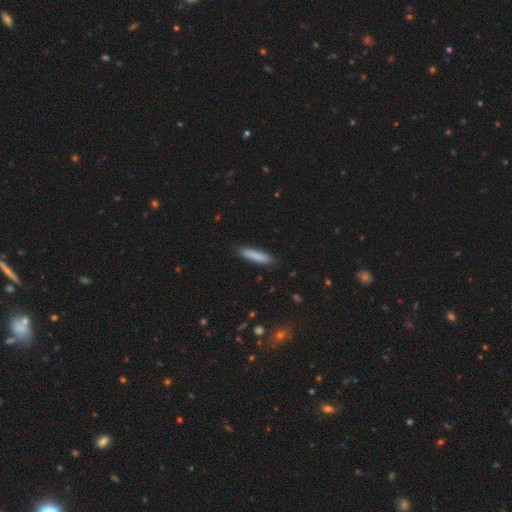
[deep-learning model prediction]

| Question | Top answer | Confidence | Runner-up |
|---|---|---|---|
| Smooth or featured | smooth | 85% | featured or disk (9%) |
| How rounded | cigar-shaped | 82% | in between (16%) |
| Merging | none | 88% | minor disturbance (10%) |